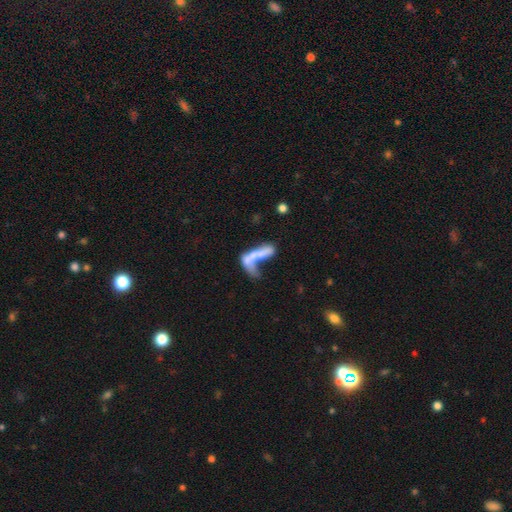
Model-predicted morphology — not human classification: smooth_or_featured: smooth (p=0.50) [alt: featured or disk p=0.40]
merging: merger (p=0.51) [alt: major disturbance p=0.26]